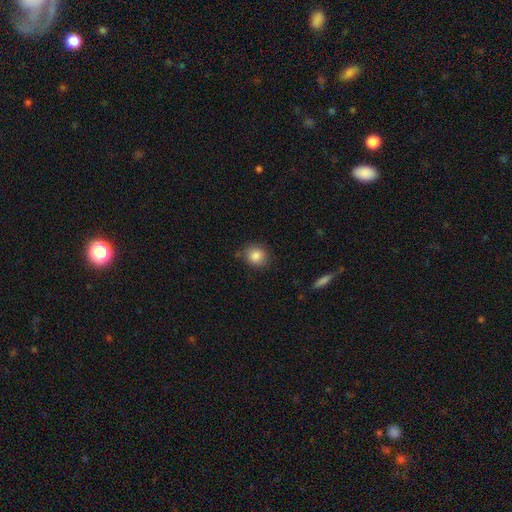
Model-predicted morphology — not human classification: Smooth or featured? Predicted: smooth (p=0.86). How rounded? Predicted: round (p=0.77). Merging? Predicted: none (p=0.82).